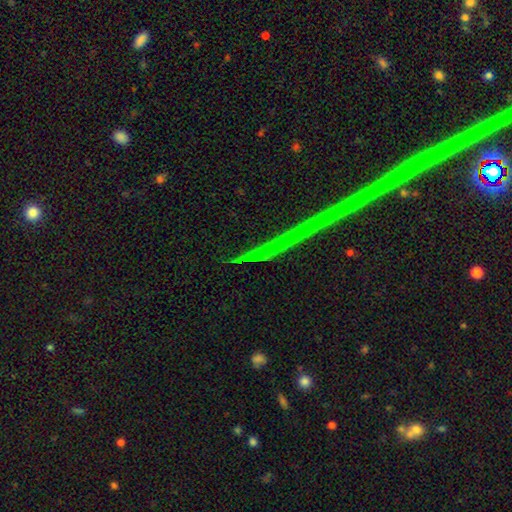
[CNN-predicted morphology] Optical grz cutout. It shows a star or artifact, not a galaxy (78%).